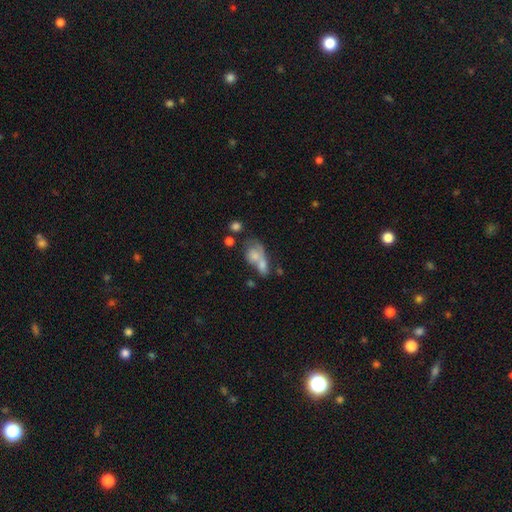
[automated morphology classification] The model was most divided on "merging": merger: 57%, none: 18%, major disturbance: 14%, minor disturbance: 11%. More confident: how rounded — in between (71%); smooth or featured — smooth (65%).